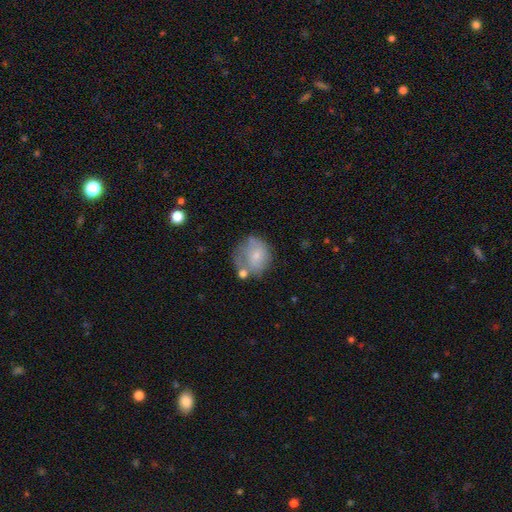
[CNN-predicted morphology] smooth 68%, featured or disk 24%, star or artifact 8%. Down the decision tree: how rounded — round (76%); merging — none (43%).